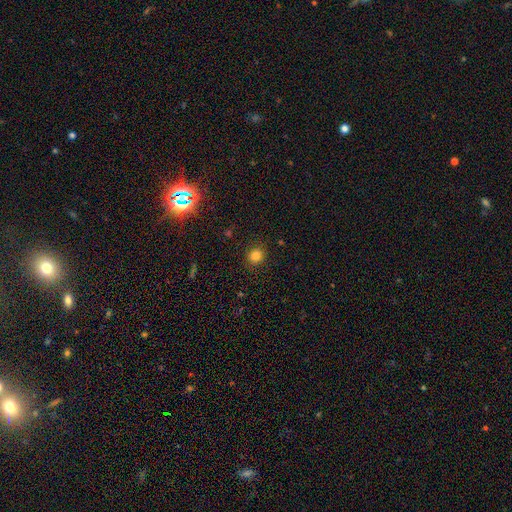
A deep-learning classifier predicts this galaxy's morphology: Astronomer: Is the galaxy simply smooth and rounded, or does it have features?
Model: smooth — 82%.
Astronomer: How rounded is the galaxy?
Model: round — 88%.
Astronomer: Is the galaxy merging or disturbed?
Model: none — 90%.